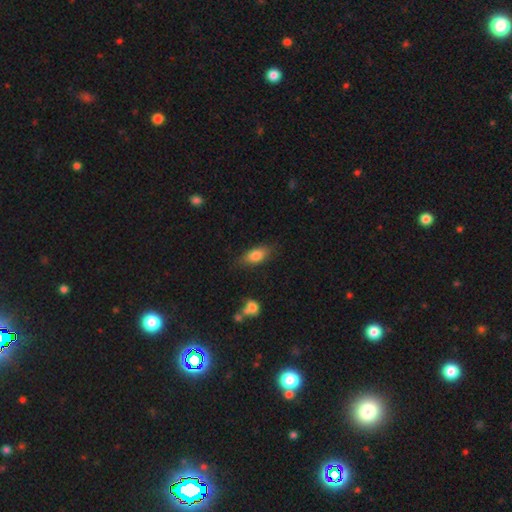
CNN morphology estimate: Q: Smooth or featured?
A: smooth (80%); runner-up: featured or disk (12%)
Q: How rounded?
A: in between (83%); runner-up: cigar-shaped (13%)
Q: Merging?
A: none (78%); runner-up: minor disturbance (16%)